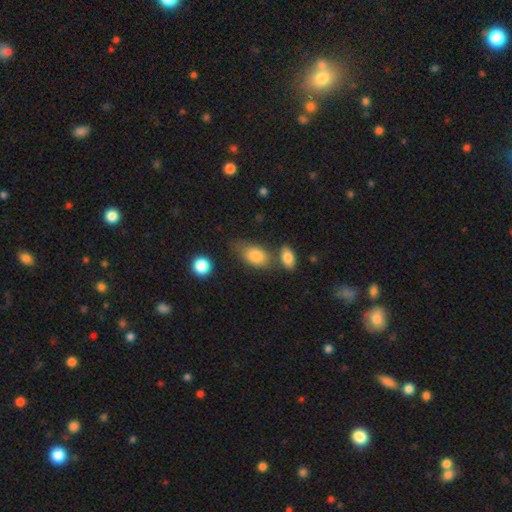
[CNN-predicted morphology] smooth-or-featured: smooth: 84% | featured or disk: 9% | star or artifact: 7%
  how-rounded: in between: 86% | round: 11% | cigar-shaped: 3%
  merging: none: 49% | minor disturbance: 25% | merger: 17% | major disturbance: 9%